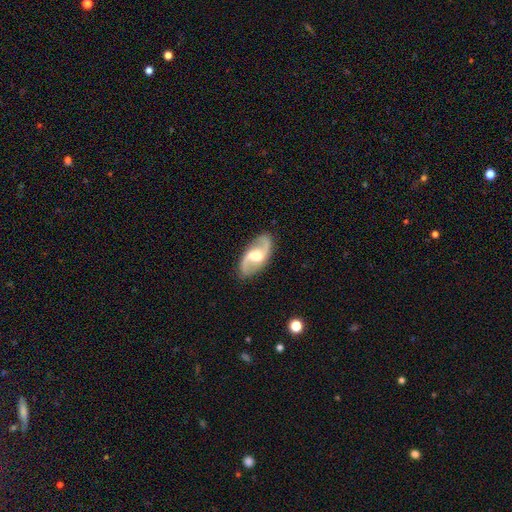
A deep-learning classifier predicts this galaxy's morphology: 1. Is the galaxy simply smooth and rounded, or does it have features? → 86% featured or disk, 10% smooth, 5% star or artifact.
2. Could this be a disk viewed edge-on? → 96% no, 4% yes.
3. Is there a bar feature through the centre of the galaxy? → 53% weak, 28% no, 19% strong.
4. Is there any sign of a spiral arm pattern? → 96% yes, 4% no.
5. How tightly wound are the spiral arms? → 45% medium (tied), 45% loose (tied), 10% tight.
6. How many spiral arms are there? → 93% 2, 2% can't tell, 1% 1, 1% 3, 1% 4, 1% more than 4.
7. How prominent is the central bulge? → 51% moderate, 24% large, 16% small, 6% none, 2% dominant.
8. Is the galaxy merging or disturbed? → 86% none, 10% minor disturbance, 3% major disturbance, 1% merger.